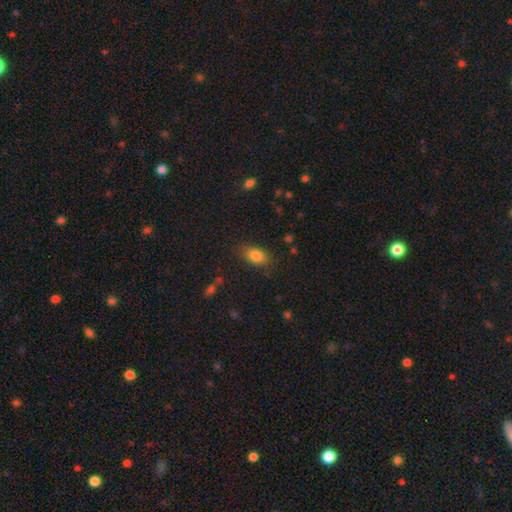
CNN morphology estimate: This is clearly a smooth galaxy (84%). How rounded: clearly in between (86%). Merging: clearly none (81%).